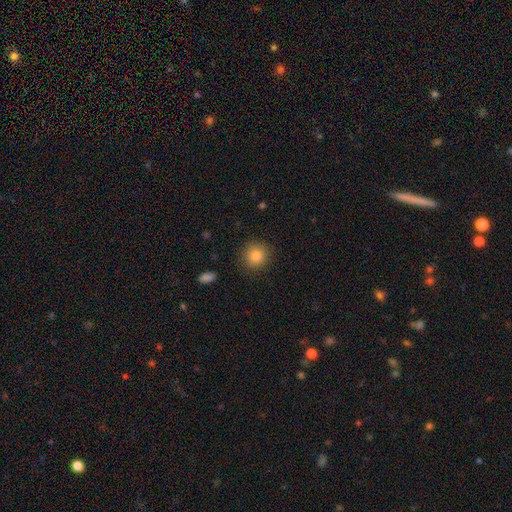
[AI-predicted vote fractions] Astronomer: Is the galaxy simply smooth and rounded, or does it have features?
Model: smooth — 83%.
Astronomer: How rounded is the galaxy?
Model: round — 90%.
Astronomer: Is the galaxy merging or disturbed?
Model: none — 87%.